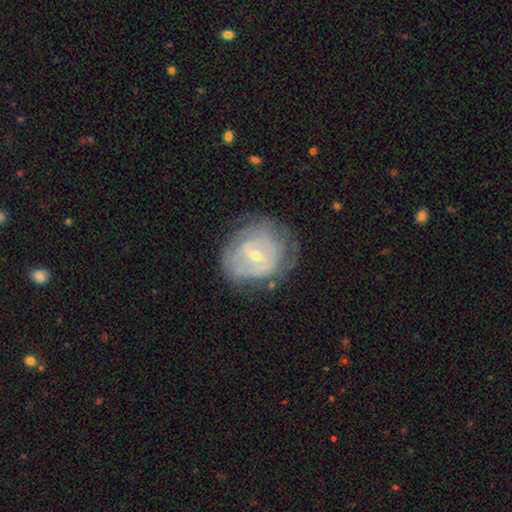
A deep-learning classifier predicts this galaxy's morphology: Smooth or featured: featured or disk — 71% (smooth — 22%)
Edge-on disk: no — 97% (yes — 3%)
Bar: weak — 44% (no — 43%)
Spiral arms: yes — 67% (no — 33%)
Bulge size: small — 62% (moderate — 35%)
Merging: none — 60% (minor disturbance — 24%)